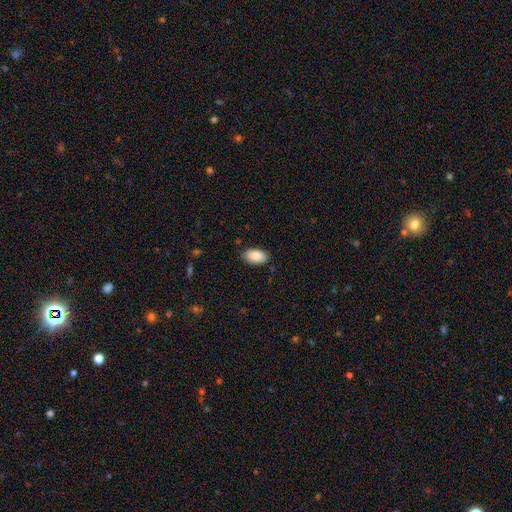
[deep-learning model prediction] This appears to be a smooth galaxy with no disk features (87%) that is in between round and cigar-shaped (94%). Merging: none (86%).